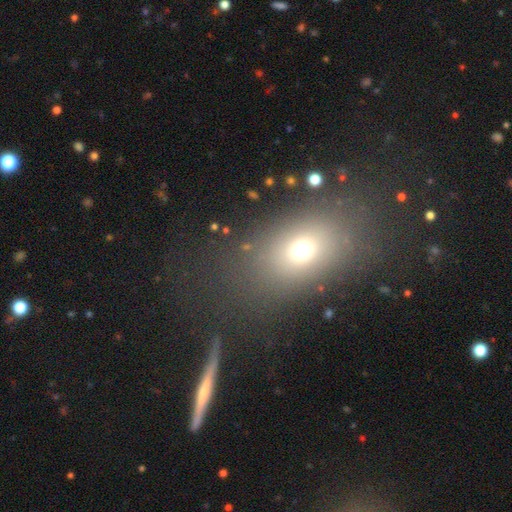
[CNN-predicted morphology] Q: Smooth or featured?
A: smooth (63%); runner-up: star or artifact (21%)
Q: How rounded?
A: in between (61%); runner-up: round (35%)
Q: Merging?
A: none (75%); runner-up: minor disturbance (11%)